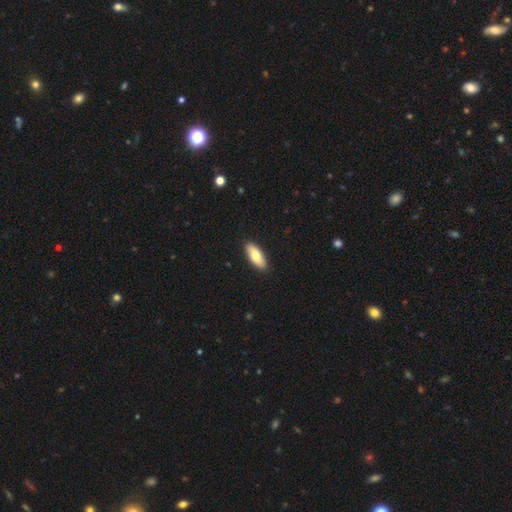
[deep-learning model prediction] Morphology: type=smooth (78%); roundness=in between (79%); merging=none (90%).